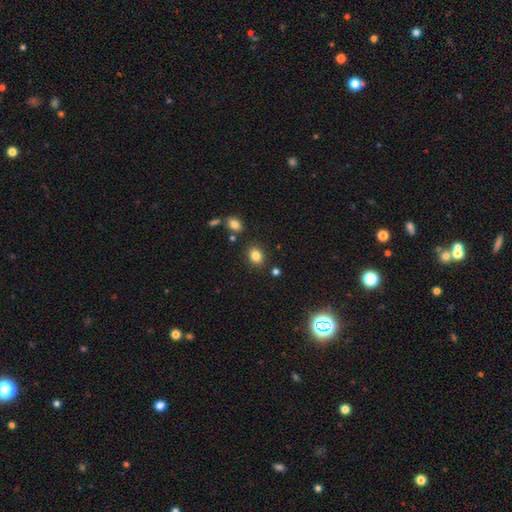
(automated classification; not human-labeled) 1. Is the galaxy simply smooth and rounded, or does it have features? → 84% smooth, 11% star or artifact, 6% featured or disk.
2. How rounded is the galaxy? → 54% in between, 45% round, 1% cigar-shaped.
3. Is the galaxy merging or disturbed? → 84% none, 10% minor disturbance, 4% merger, 3% major disturbance.